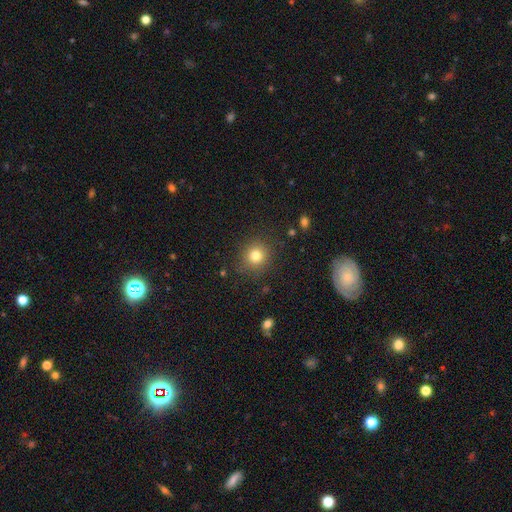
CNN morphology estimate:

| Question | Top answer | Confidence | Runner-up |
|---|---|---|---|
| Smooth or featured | smooth | 80% | star or artifact (13%) |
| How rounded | round | 87% | in between (12%) |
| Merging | none | 86% | minor disturbance (9%) |